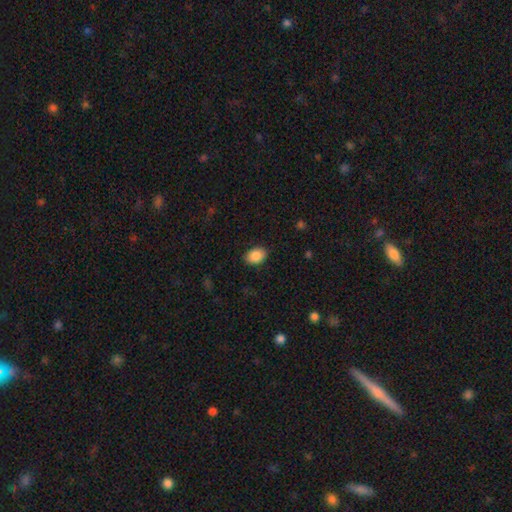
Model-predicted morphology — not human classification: The model was most divided on "how rounded": in between: 79%, round: 20%, cigar-shaped: 1%. More confident: smooth or featured — smooth (88%); merging — none (87%).